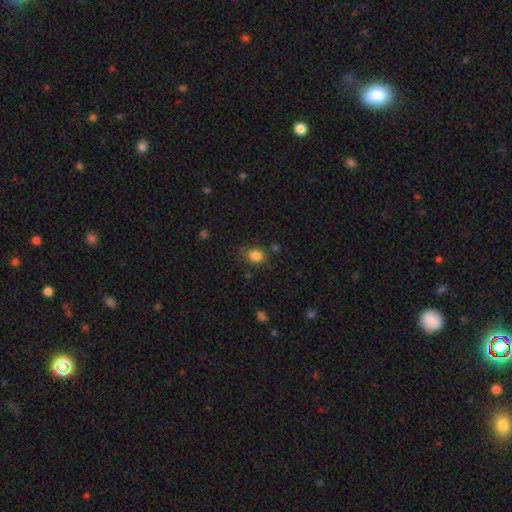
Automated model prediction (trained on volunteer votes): This is clearly a smooth galaxy (83%). How rounded: likely round (60%). Merging: likely none (72%).